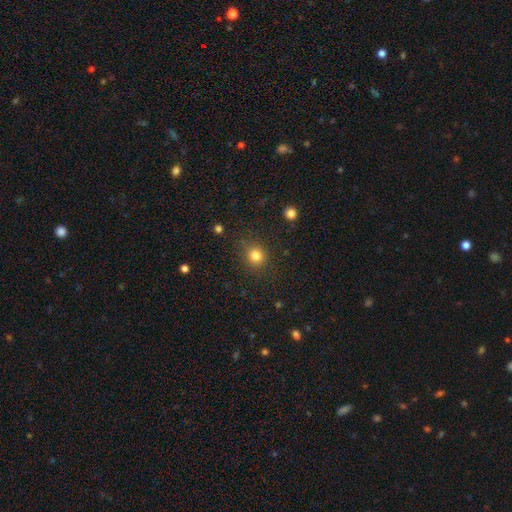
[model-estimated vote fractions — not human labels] A smooth galaxy with no disk features (82%) that is round (84%).

Vote fractions:
- Smooth or featured? smooth: 82% / star or artifact: 13% / featured or disk: 5%
- How rounded? round: 84% / in between: 15% / cigar-shaped: 1%
- Merging? none: 87% / minor disturbance: 9% / major disturbance: 3% / merger: 1%